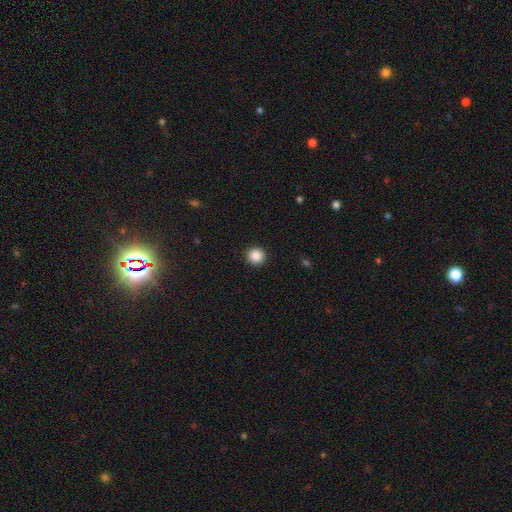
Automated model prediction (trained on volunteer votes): Smooth or featured? smooth (87%)
How rounded? round (93%)
Merging? none (93%)